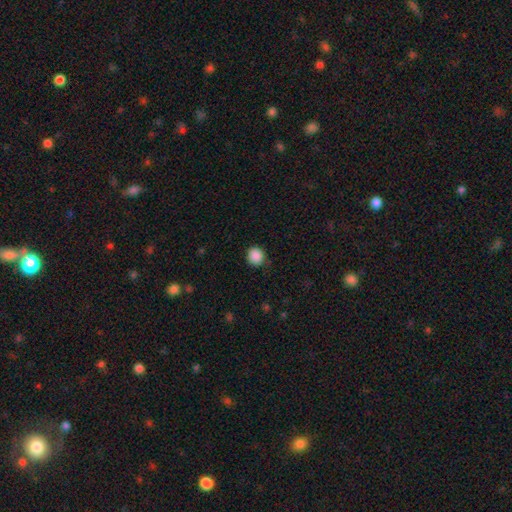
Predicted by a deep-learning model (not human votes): Morphology: type=smooth (88%); roundness=round (86%); merging=none (85%).